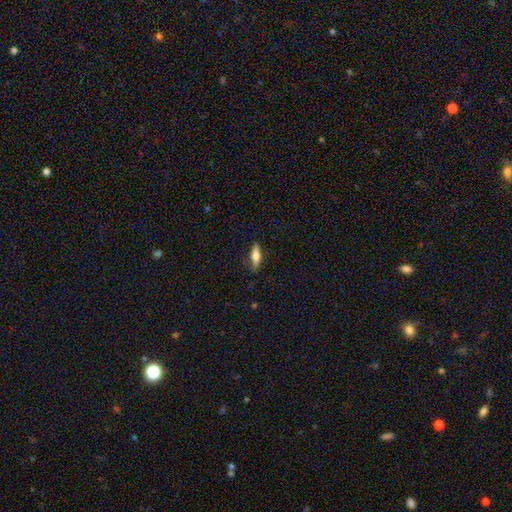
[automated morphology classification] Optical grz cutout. It shows a smooth galaxy with no disk features (62%) that is cigar-shaped (56%). Merging: none (77%).